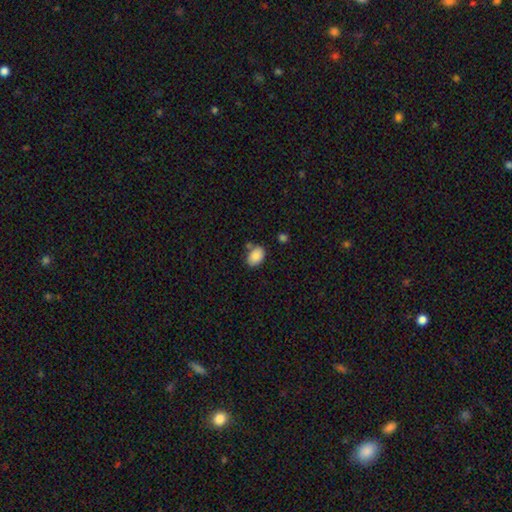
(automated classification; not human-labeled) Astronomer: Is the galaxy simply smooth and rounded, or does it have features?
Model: smooth — 88%.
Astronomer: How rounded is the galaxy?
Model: in between — 81%.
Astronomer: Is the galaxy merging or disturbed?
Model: none — 70%.